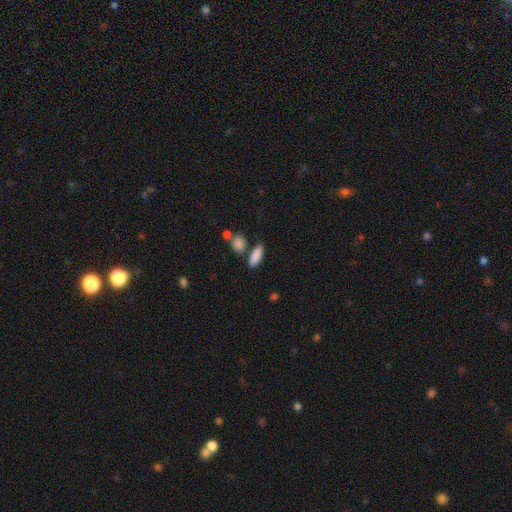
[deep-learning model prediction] smooth_or_featured: smooth (p=0.87) [alt: star or artifact p=0.07]
how_rounded: in between (p=0.70) [alt: cigar-shaped p=0.26]
merging: none (p=0.72) [alt: merger p=0.13]